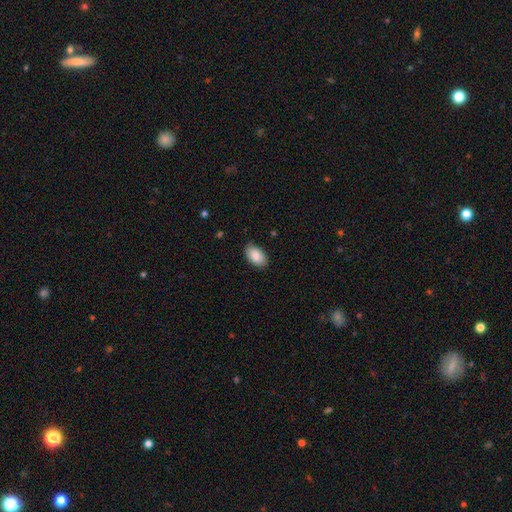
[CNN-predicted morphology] Smooth or featured? Predicted: smooth (p=0.88). How rounded? Predicted: in between (p=0.94). Merging? Predicted: none (p=0.84).